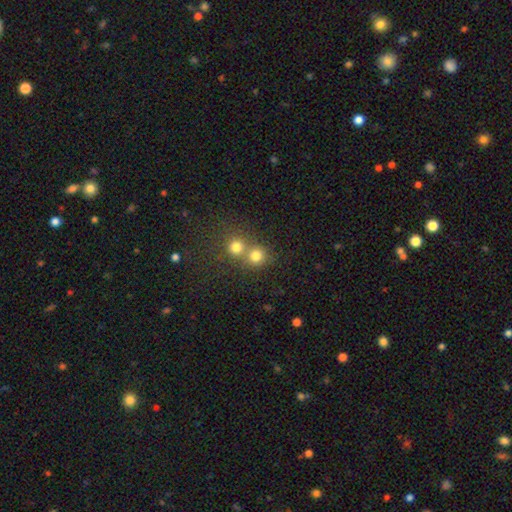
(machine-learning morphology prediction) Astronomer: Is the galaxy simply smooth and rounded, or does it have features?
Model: smooth — 77%.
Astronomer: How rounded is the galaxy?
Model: round — 89%.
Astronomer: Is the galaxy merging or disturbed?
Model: none — 47% (runner-up: merger, 45%).